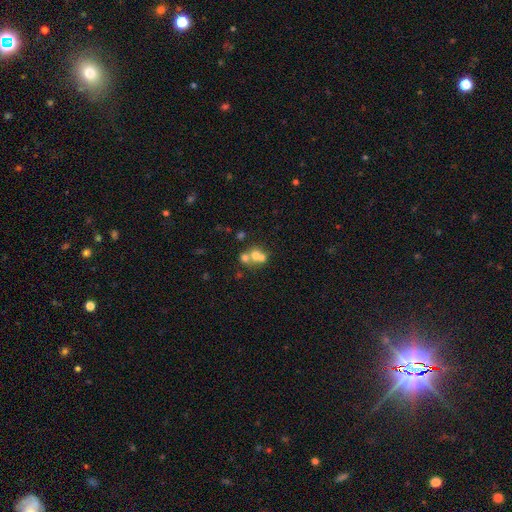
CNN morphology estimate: Overall: smooth (59%; featured or disk 27%). How rounded: round (76%). Merging: merger (60%; none 31%).